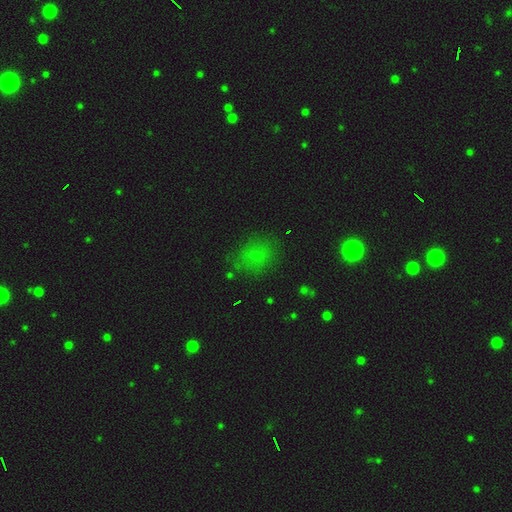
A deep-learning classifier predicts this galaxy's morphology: Smooth or featured: smooth — 64% (star or artifact — 22%)
How rounded: in between — 52% (round — 46%)
Merging: none — 70% (minor disturbance — 19%)